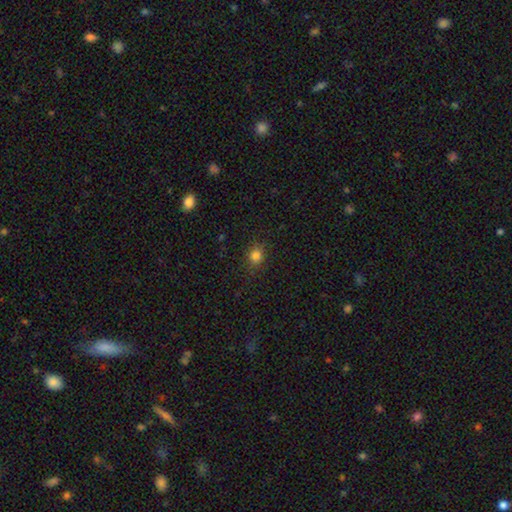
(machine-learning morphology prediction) Overall: smooth (81%). How rounded: round (71%). Merging: none (85%).